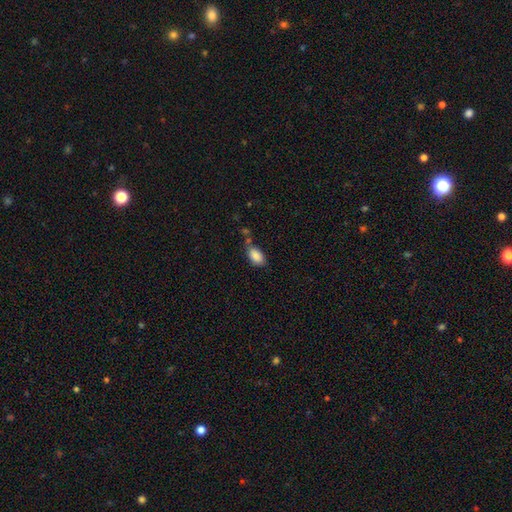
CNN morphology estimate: This is clearly a smooth galaxy (87%). How rounded: clearly in between (92%). Merging: possibly none (55%).